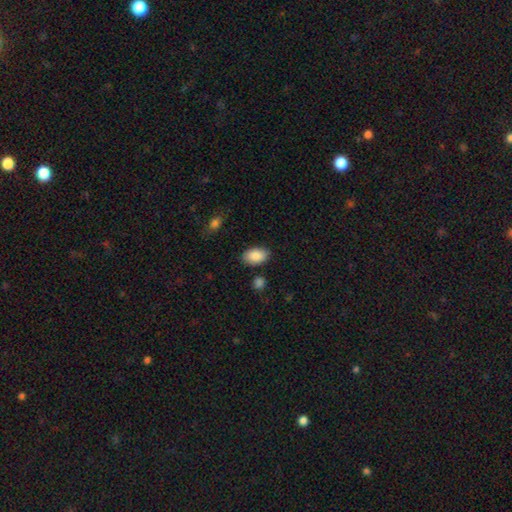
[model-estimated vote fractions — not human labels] Smooth or featured: smooth — 88% (star or artifact — 7%)
How rounded: in between — 92% (round — 7%)
Merging: none — 84% (minor disturbance — 11%)